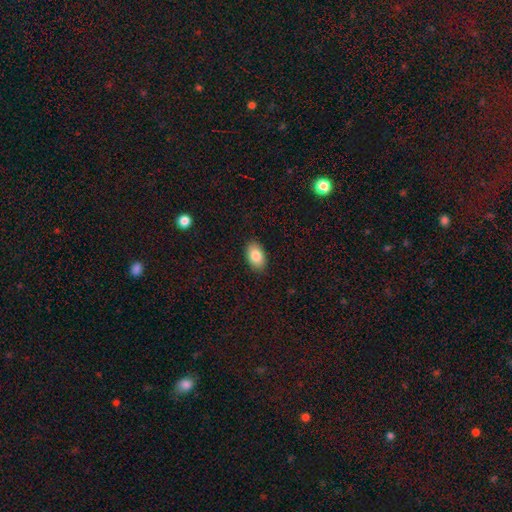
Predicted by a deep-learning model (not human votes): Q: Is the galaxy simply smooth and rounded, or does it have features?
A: smooth — 85%.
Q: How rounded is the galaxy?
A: in between — 92%.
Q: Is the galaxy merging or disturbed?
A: none — 89%.